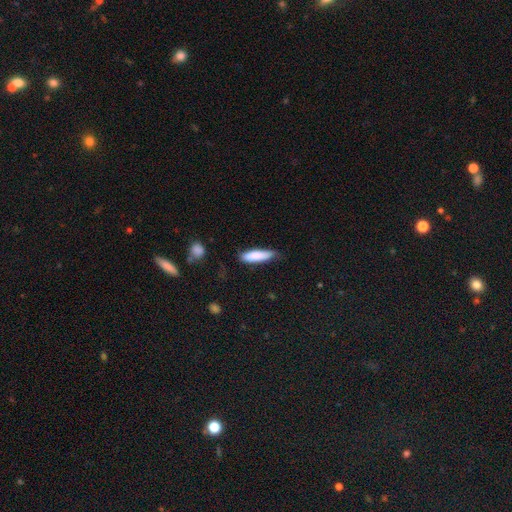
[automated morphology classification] Smooth or featured? smooth (83%)
How rounded? cigar-shaped (66%)
Merging? none (70%)